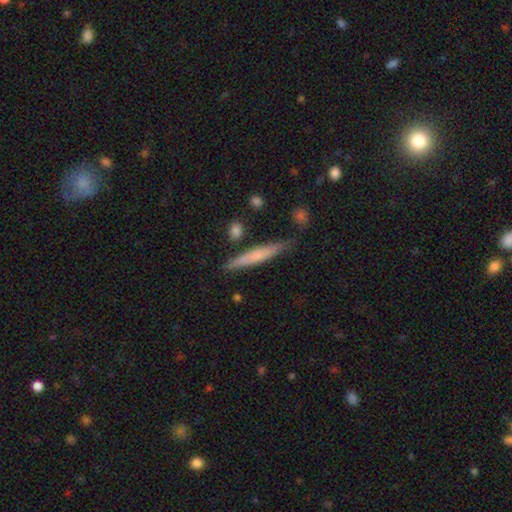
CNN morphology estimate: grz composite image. It shows a smooth galaxy with no disk features (56%) that is cigar-shaped (93%). Merging: none (80%).